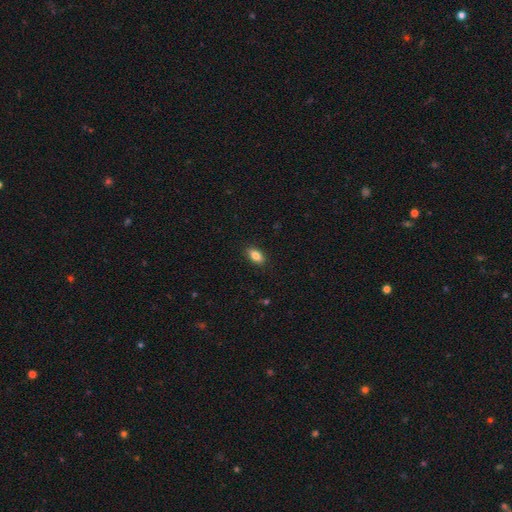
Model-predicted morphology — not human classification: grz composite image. It shows a smooth galaxy with no disk features (83%) that is in between round and cigar-shaped (89%). Merging: none (88%).